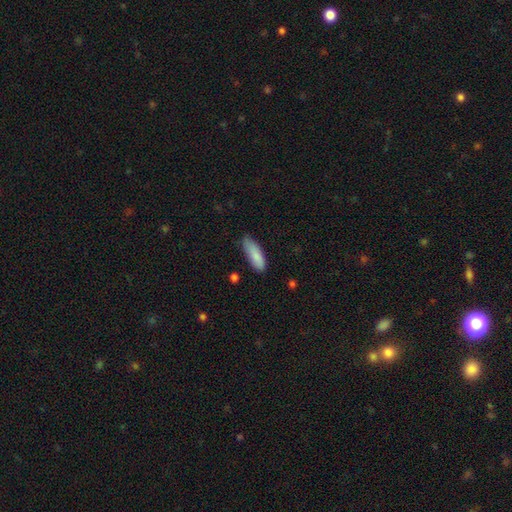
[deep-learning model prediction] Q: Smooth or featured?
A: smooth (86%); runner-up: featured or disk (8%)
Q: How rounded?
A: in between (58%); runner-up: cigar-shaped (40%)
Q: Merging?
A: none (67%); runner-up: minor disturbance (27%)